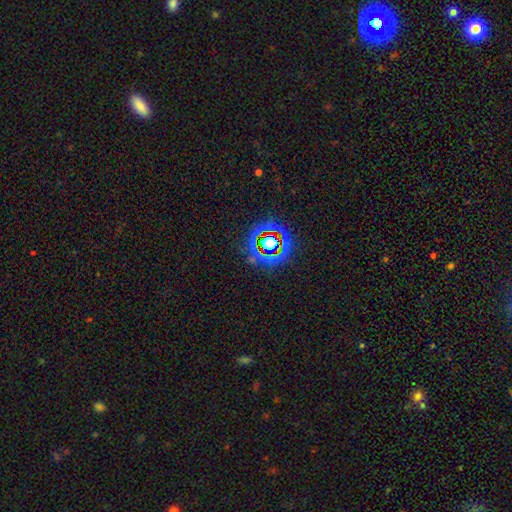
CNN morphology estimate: star or artifact 63%, smooth 23%, featured or disk 14%.